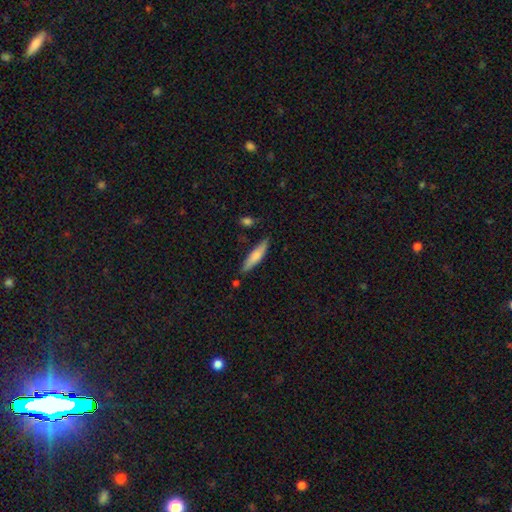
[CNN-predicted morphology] Smooth or featured? smooth (73%)
How rounded? cigar-shaped (75%)
Merging? none (79%)